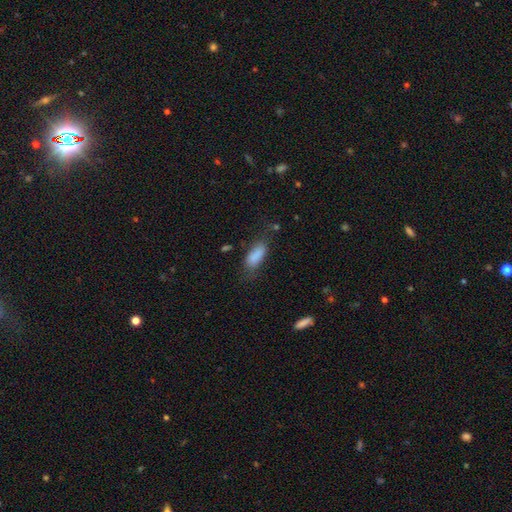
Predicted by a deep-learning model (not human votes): smooth-or-featured: smooth: 84% | featured or disk: 8% | star or artifact: 8%
  how-rounded: in between: 81% | cigar-shaped: 16% | round: 3%
  merging: none: 57% | minor disturbance: 27% | major disturbance: 12% | merger: 3%